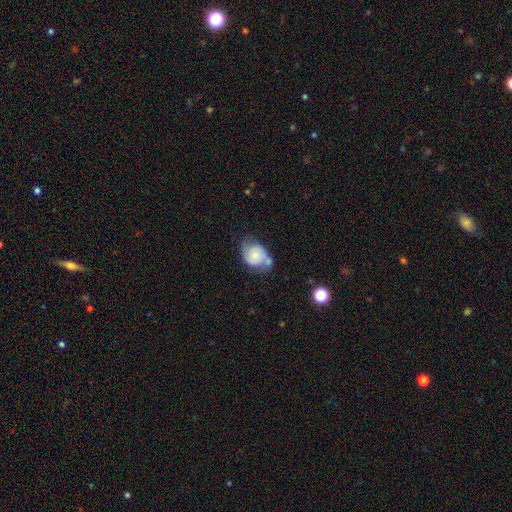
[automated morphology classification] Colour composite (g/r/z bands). It shows a featured or disk galaxy (60%) with no bar (70%), 2 (83%) medium (46%) spiral arms (89%) and a small central bulge (53%). Merging: none (44%).